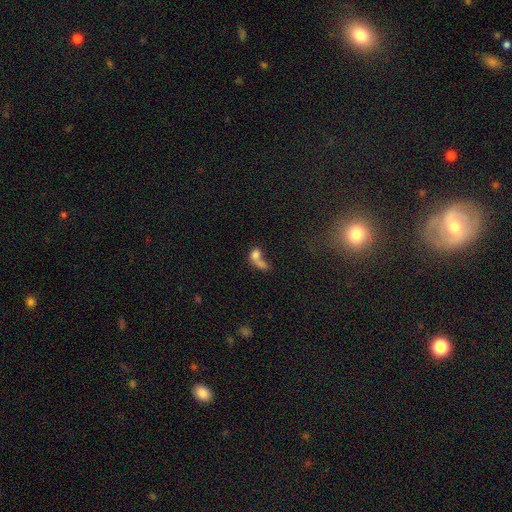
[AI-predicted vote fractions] Overall: smooth (67%). How rounded: in between (55%; round 39%). Merging: merger (59%; none 20%).